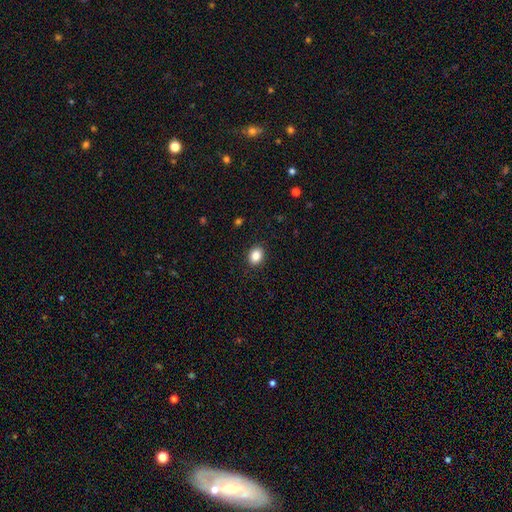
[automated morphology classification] smooth_or_featured: smooth (p=0.86) [alt: star or artifact p=0.09]
how_rounded: in between (p=0.56) [alt: round p=0.43]
merging: none (p=0.90) [alt: minor disturbance p=0.07]